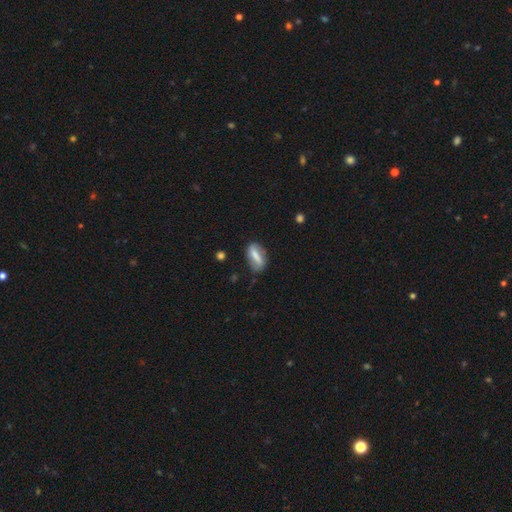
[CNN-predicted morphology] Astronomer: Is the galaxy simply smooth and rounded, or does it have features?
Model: smooth — 58% (runner-up: featured or disk, 34%).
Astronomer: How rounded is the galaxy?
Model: in between — 75%.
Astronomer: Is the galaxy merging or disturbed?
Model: none — 70%.